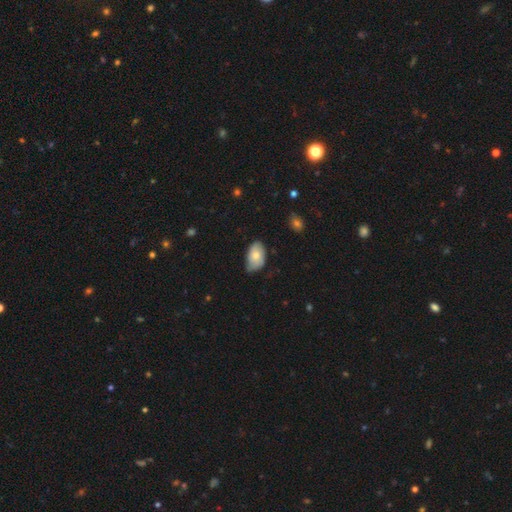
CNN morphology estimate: smooth_or_featured: smooth (p=0.76) [alt: featured or disk p=0.17]
how_rounded: in between (p=0.92) [alt: round p=0.07]
merging: none (p=0.55) [alt: minor disturbance p=0.38]